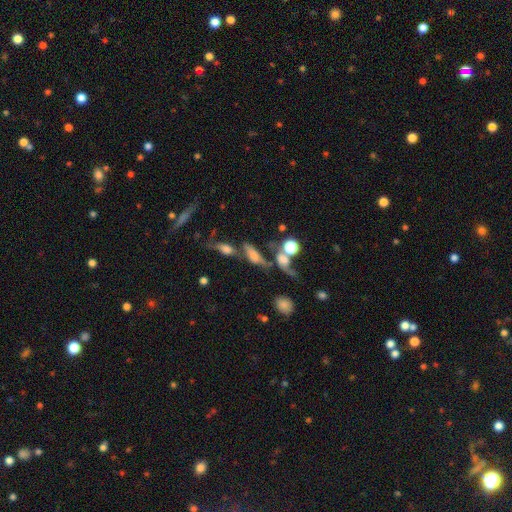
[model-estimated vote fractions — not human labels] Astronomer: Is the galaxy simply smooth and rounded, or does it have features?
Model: star or artifact — 60%.